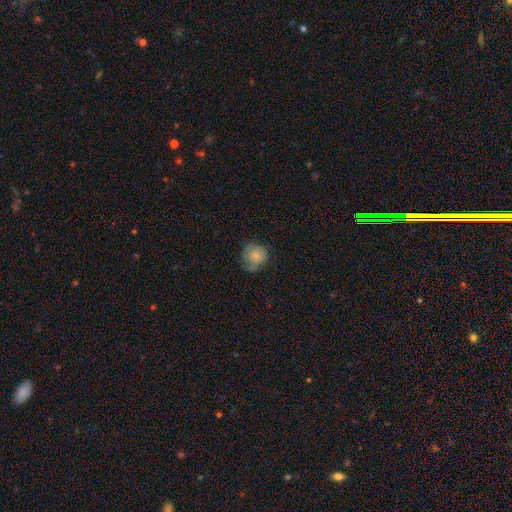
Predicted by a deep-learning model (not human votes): Smooth or featured? smooth (74%)
How rounded? round (84%)
Merging? none (60%)